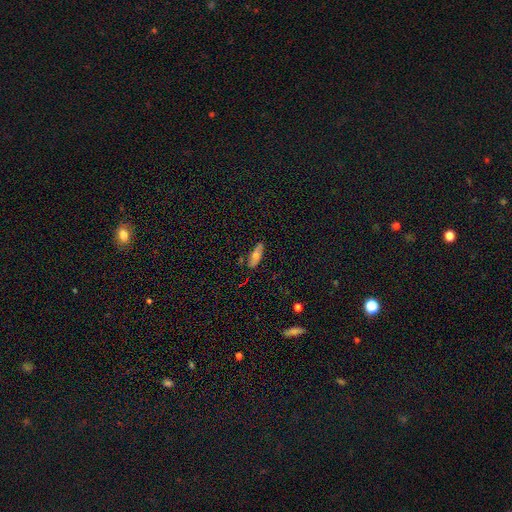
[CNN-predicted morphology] This is likely a smooth galaxy (60%). How rounded: likely in between (72%). Merging: clearly none (80%).